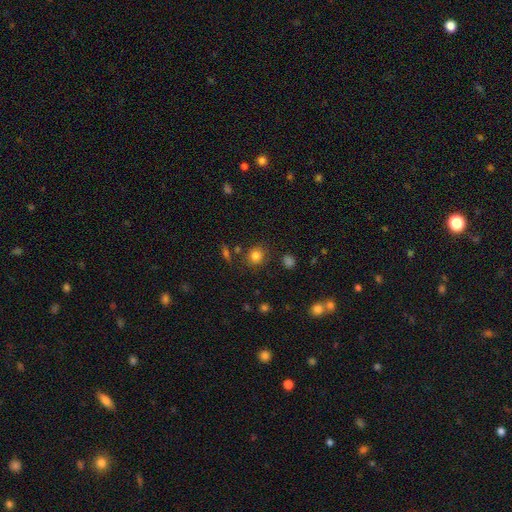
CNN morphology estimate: A smooth galaxy with no disk features (82%) that is round (82%).

Vote fractions:
- Smooth or featured? smooth: 82% / star or artifact: 12% / featured or disk: 6%
- How rounded? round: 82% / in between: 17% / cigar-shaped: 1%
- Merging? none: 81% / minor disturbance: 11% / merger: 5% / major disturbance: 4%